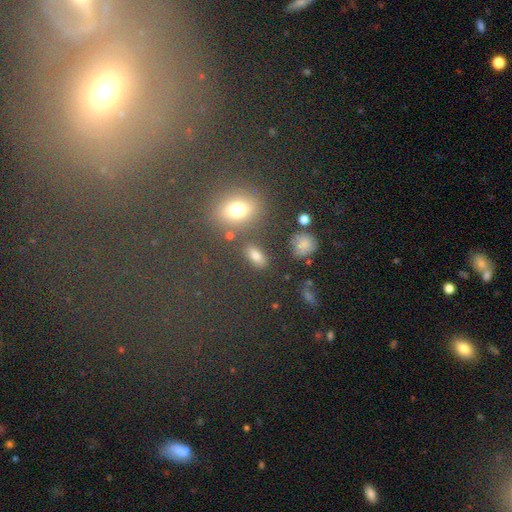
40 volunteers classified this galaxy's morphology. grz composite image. It shows a smooth galaxy with no disk features (90%) that is in between round and cigar-shaped (78%). Merging: none (76%).